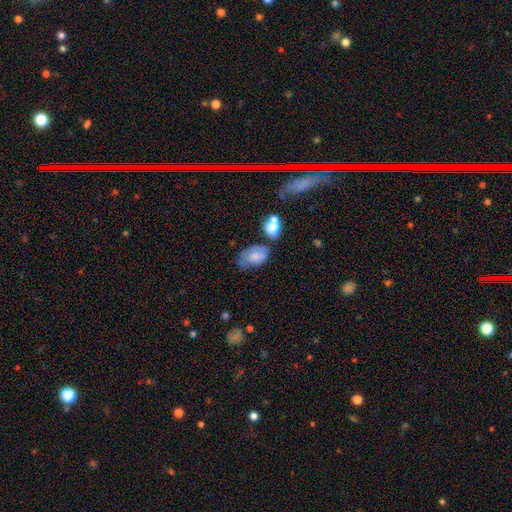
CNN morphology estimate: A smooth galaxy with no disk features (71%) that is in between round and cigar-shaped (89%). Merging: none (40%).